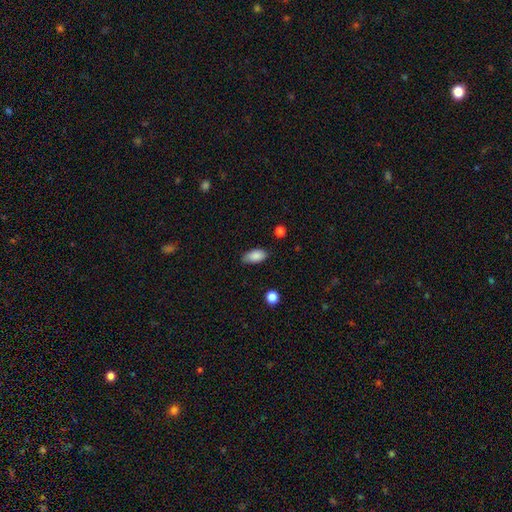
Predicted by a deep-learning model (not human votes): Morphology: type=smooth (87%); roundness=in between (91%); merging=none (77%).